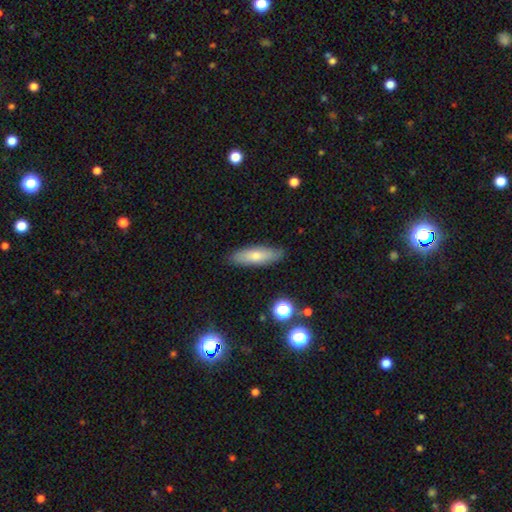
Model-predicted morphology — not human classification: Smooth or featured? Predicted: smooth (p=0.71). How rounded? Predicted: cigar-shaped (p=0.50). Merging? Predicted: none (p=0.85).